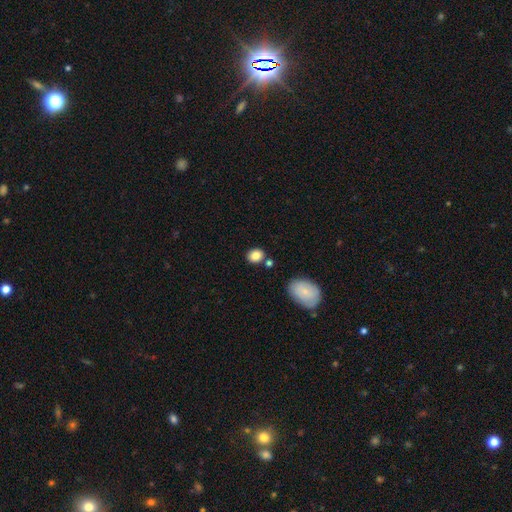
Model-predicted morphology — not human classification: Smooth or featured?
  - smooth: 84% *
  - star or artifact: 9%
  - featured or disk: 6%
How rounded?
  - round: 58% *
  - in between: 41%
  - cigar-shaped: 1%
Merging?
  - none: 78% *
  - minor disturbance: 11%
  - merger: 9%
  - major disturbance: 3%